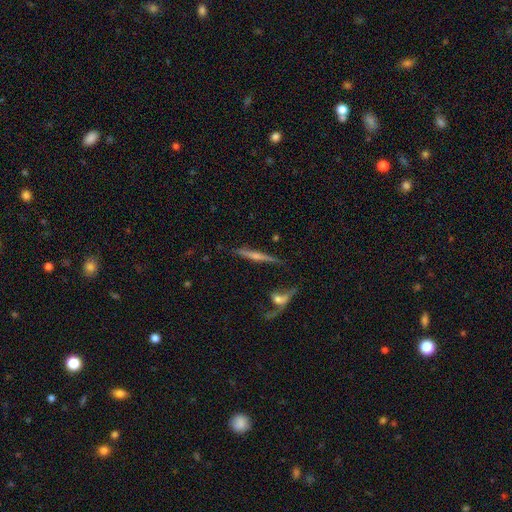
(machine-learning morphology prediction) Smooth or featured? featured or disk (70%)
Edge-on disk? yes (96%)
Edge-on bulge? rounded (74%)
Merging? none (79%)